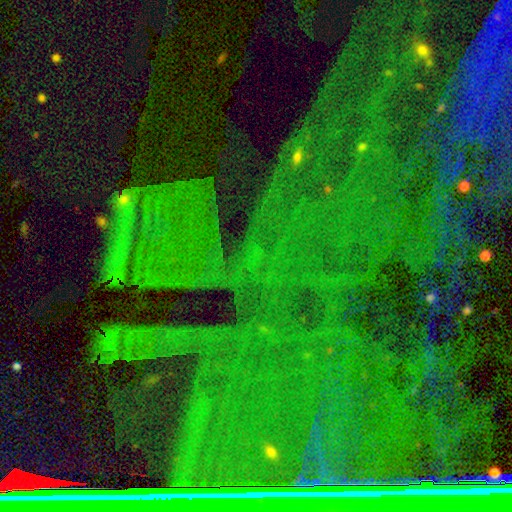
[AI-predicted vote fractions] smooth_or_featured: star or artifact (p=0.83) [alt: smooth p=0.09]